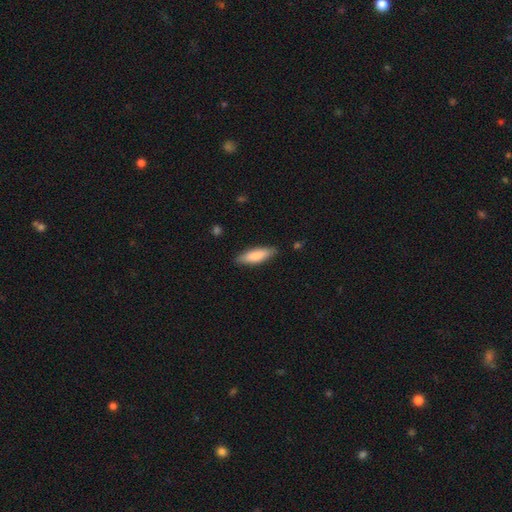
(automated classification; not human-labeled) Overall: smooth (83%). How rounded: in between (49%, tied with cigar-shaped). Merging: none (85%).